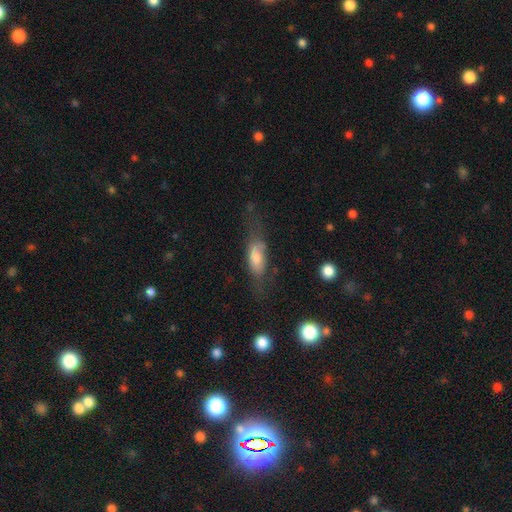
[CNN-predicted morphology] This is likely a smooth galaxy (61%). How rounded: likely in between (71%). Merging: possibly none (46%).